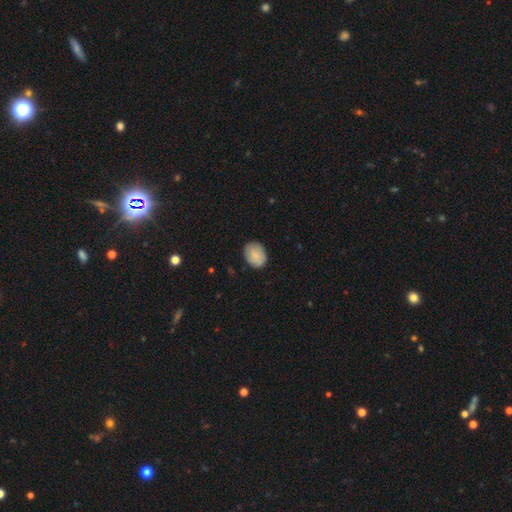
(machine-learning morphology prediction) smooth 82%, featured or disk 11%, star or artifact 7%. Down the decision tree: how rounded — in between (61%); merging — none (81%).